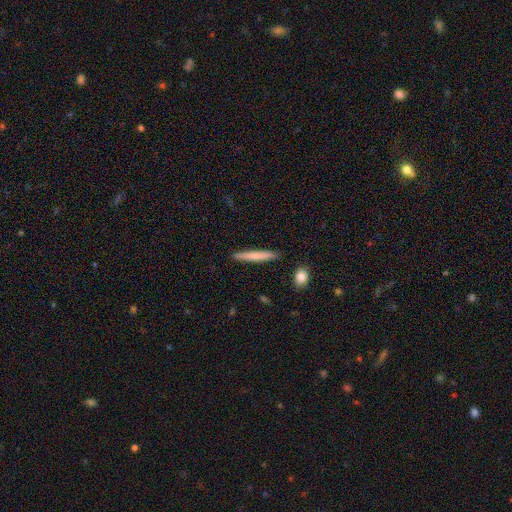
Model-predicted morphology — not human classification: A smooth galaxy with no disk features (72%) that is cigar-shaped (95%).

Vote fractions:
- Smooth or featured? smooth: 72% / featured or disk: 23% / star or artifact: 6%
- How rounded? cigar-shaped: 95% / in between: 4% / round: 1%
- Merging? none: 90% / minor disturbance: 7% / merger: 2% / major disturbance: 2%